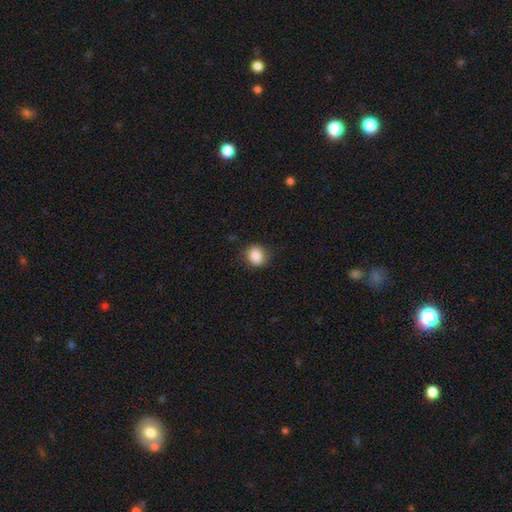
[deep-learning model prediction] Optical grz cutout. It shows a smooth galaxy with no disk features (86%) that is round (69%). Merging: none (82%).